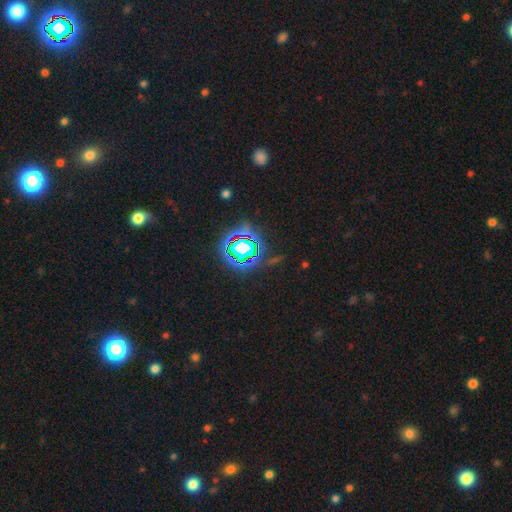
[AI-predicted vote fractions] The model was most divided on "smooth or featured": star or artifact: 81%, smooth: 12%, featured or disk: 7%.